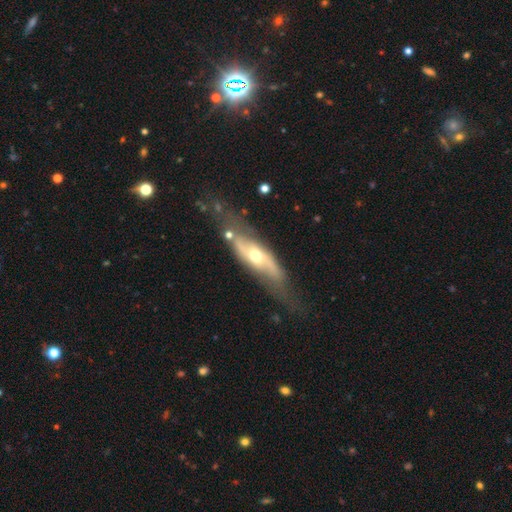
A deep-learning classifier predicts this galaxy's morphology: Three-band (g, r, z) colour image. It shows a featured or disk galaxy (67%). Merging: none (53%).